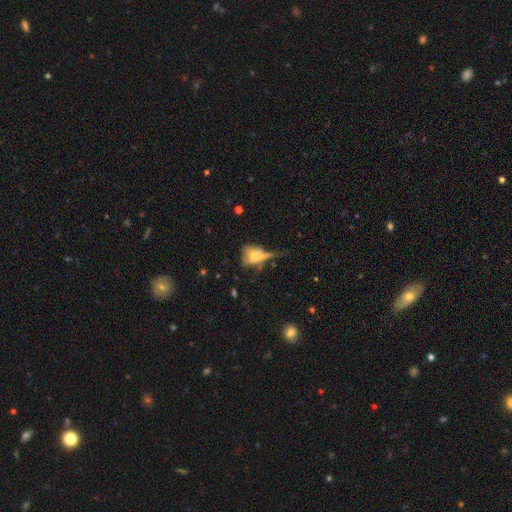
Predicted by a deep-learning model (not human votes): A smooth galaxy with no disk features (53%) that is in between round and cigar-shaped (60%). Merging: none (35%).